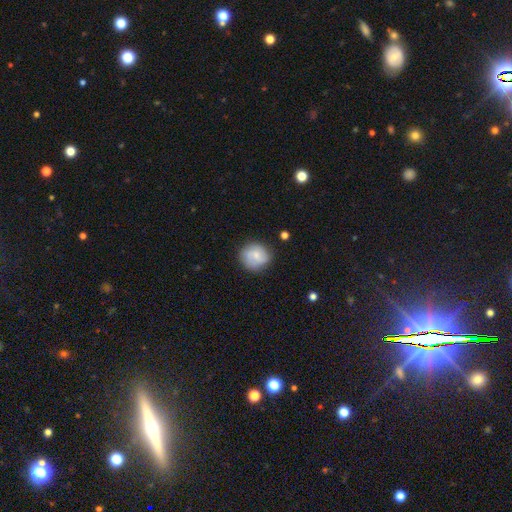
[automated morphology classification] Smooth or featured? Predicted: smooth (p=0.65). How rounded? Predicted: round (p=0.86). Merging? Predicted: none (p=0.76).